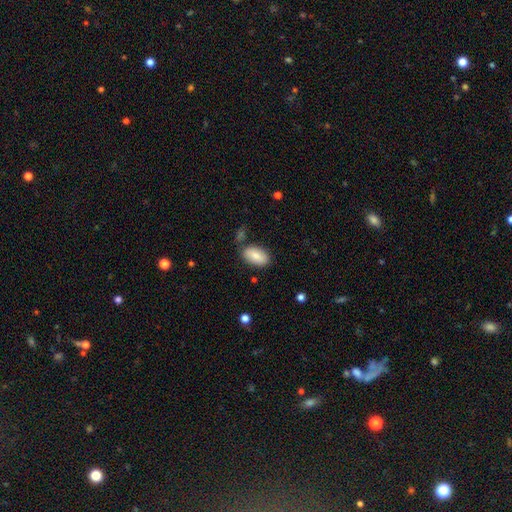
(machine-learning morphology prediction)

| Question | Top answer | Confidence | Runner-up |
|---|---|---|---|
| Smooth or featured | smooth | 82% | featured or disk (12%) |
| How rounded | in between | 94% | round (3%) |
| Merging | none | 78% | minor disturbance (14%) |